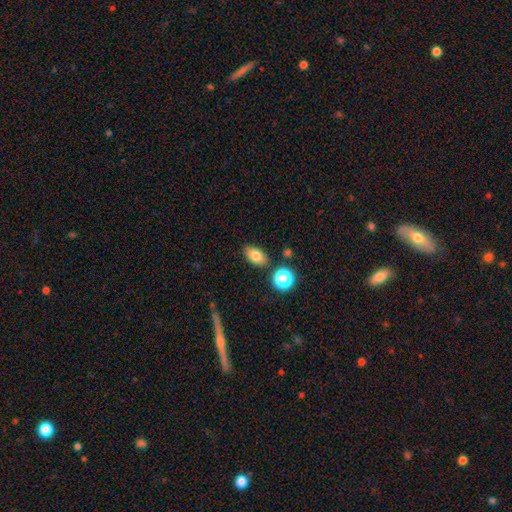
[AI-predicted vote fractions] Smooth or featured? smooth (79%)
How rounded? in between (85%)
Merging? none (82%)